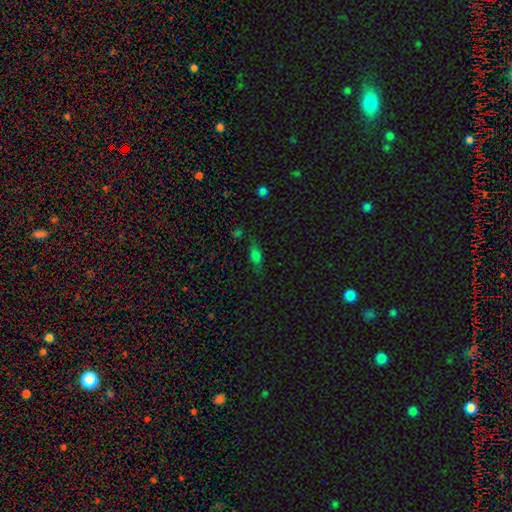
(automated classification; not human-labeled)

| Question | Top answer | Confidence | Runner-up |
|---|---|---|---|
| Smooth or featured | smooth | 64% | star or artifact (22%) |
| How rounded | in between | 74% | cigar-shaped (19%) |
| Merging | none | 64% | minor disturbance (22%) |